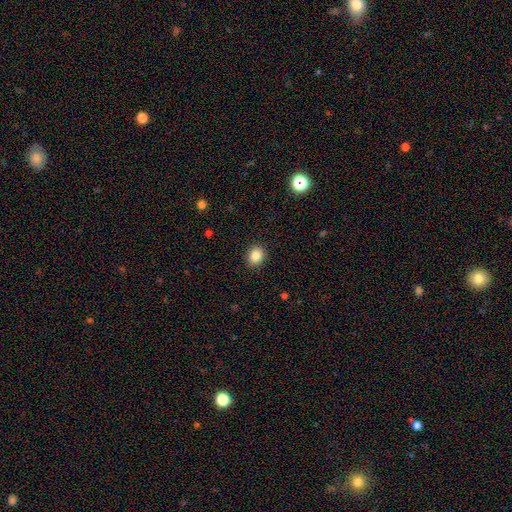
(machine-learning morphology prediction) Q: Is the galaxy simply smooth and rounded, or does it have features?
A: smooth — 86%.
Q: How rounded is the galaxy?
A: round — 56%.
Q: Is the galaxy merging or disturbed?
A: none — 90%.